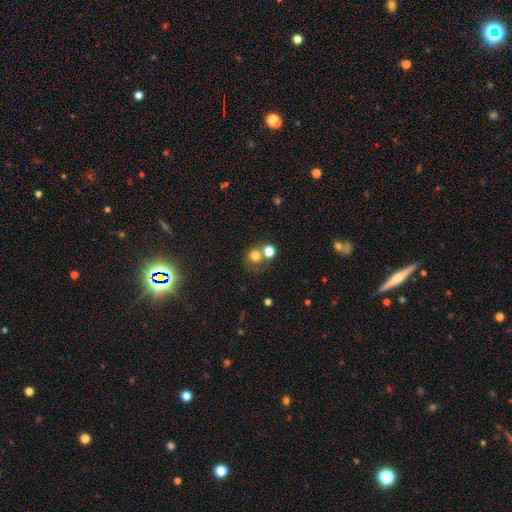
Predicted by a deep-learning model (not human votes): smooth 74%, star or artifact 14%, featured or disk 12%. Down the decision tree: how rounded — round (85%); merging — none (46%).